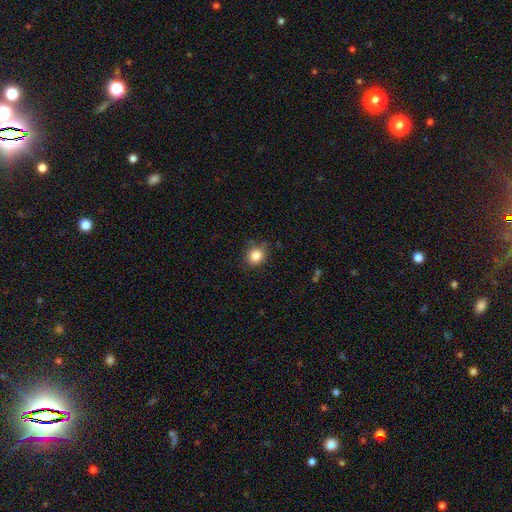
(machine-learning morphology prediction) A smooth galaxy with no disk features (85%) that is round (75%).

Vote fractions:
- Smooth or featured? smooth: 85% / star or artifact: 10% / featured or disk: 5%
- How rounded? round: 75% / in between: 24% / cigar-shaped: 1%
- Merging? none: 81% / minor disturbance: 15% / major disturbance: 3% / merger: 2%